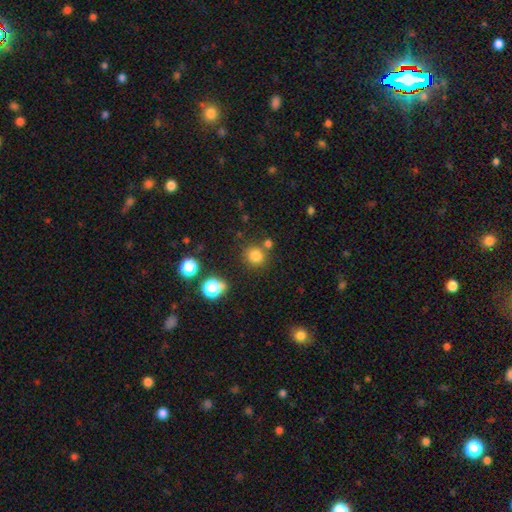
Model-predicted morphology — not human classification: Q: Smooth or featured?
A: smooth (79%); runner-up: star or artifact (16%)
Q: How rounded?
A: round (89%); runner-up: in between (10%)
Q: Merging?
A: none (77%); runner-up: merger (10%)